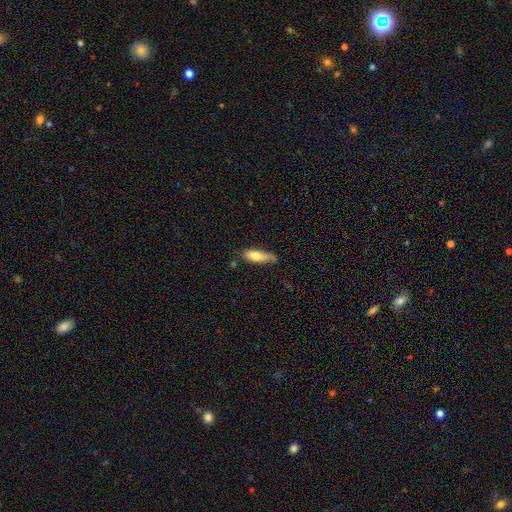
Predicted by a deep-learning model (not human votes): This appears to be a smooth galaxy with no disk features (75%) that is in between round and cigar-shaped (50%). Merging: none (54%).